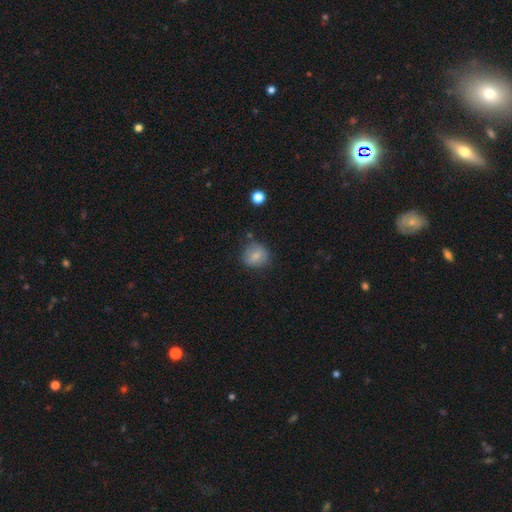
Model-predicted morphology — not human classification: smooth_or_featured: smooth (p=0.78) [alt: featured or disk p=0.13]
how_rounded: round (p=0.79) [alt: in between p=0.20]
merging: none (p=0.75) [alt: minor disturbance p=0.18]